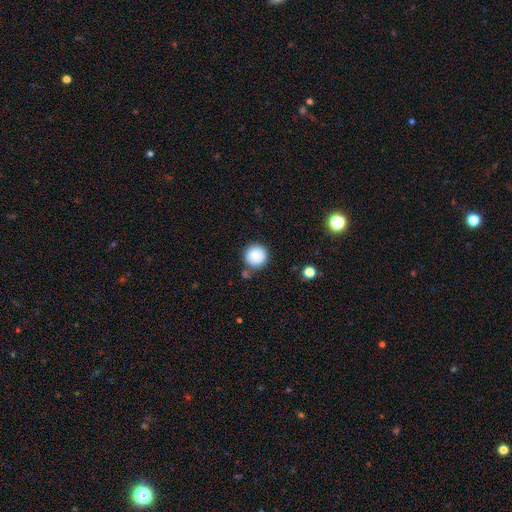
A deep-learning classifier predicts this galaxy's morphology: The model was most divided on "merging": none: 78%, minor disturbance: 12%, merger: 6%, major disturbance: 3%. More confident: how rounded — round (95%); smooth or featured — smooth (86%).